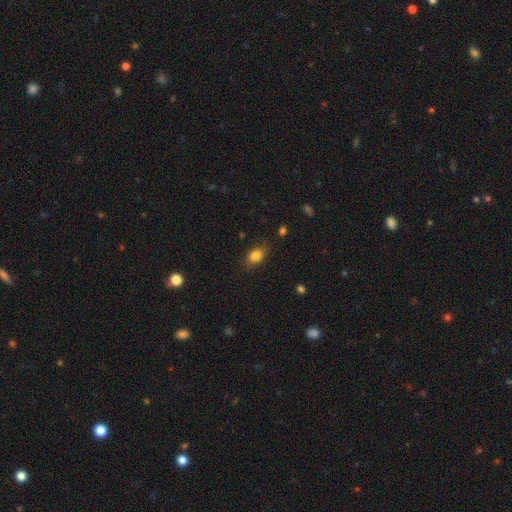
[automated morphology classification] Smooth or featured: smooth — 83% (star or artifact — 10%)
How rounded: in between — 73% (round — 24%)
Merging: none — 80% (minor disturbance — 15%)